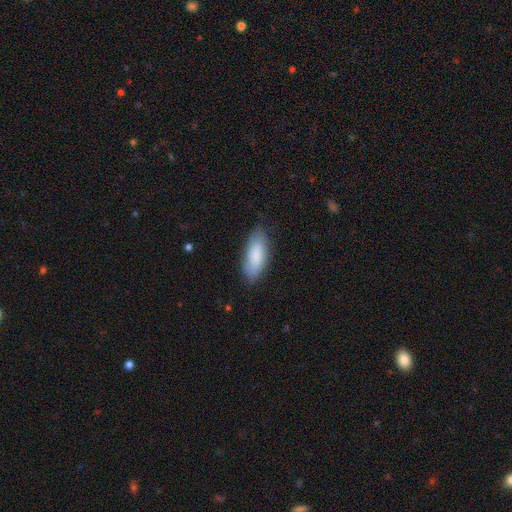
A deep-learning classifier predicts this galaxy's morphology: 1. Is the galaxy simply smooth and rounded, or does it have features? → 85% smooth, 10% featured or disk, 6% star or artifact.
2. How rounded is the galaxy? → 77% in between, 22% cigar-shaped, 2% round.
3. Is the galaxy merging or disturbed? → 81% none, 15% minor disturbance, 3% major disturbance, 1% merger.